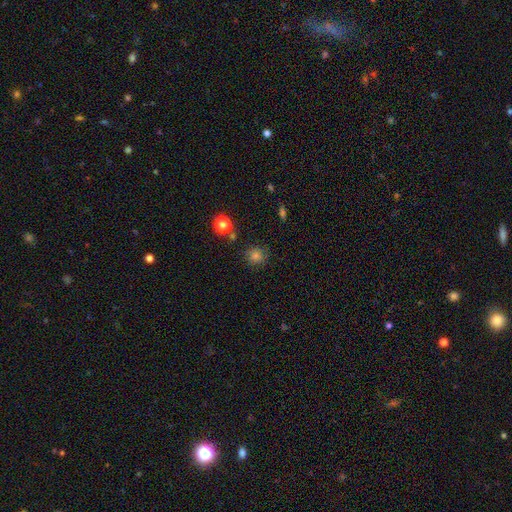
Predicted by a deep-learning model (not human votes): Q: Smooth or featured?
A: smooth (74%); runner-up: star or artifact (18%)
Q: How rounded?
A: round (89%); runner-up: in between (10%)
Q: Merging?
A: none (81%); runner-up: minor disturbance (12%)